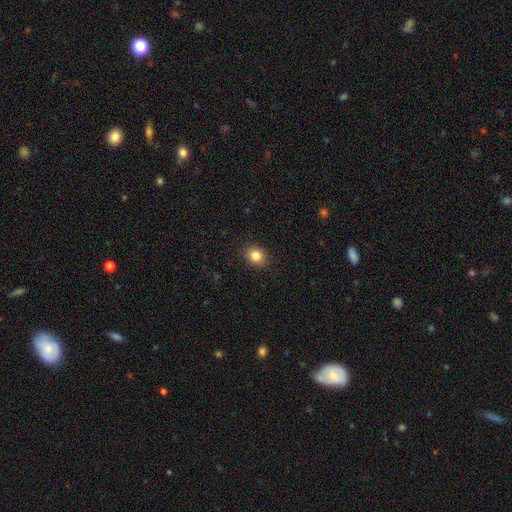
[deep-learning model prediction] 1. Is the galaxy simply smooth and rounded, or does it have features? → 84% smooth, 10% star or artifact, 5% featured or disk.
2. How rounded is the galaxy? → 62% round, 37% in between, 1% cigar-shaped.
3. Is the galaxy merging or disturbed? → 90% none, 7% minor disturbance, 2% major disturbance, 1% merger.